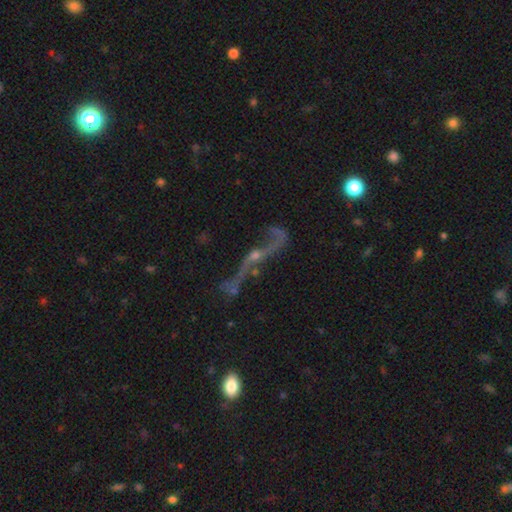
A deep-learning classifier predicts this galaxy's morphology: Smooth or featured? Predicted: featured or disk (p=0.76). Edge-on disk? Predicted: no (p=0.79). Bar? Predicted: no (p=0.67). Spiral arms? Predicted: yes (p=0.77). Bulge size? Predicted: small (p=0.54). Merging? Predicted: none (p=0.40).